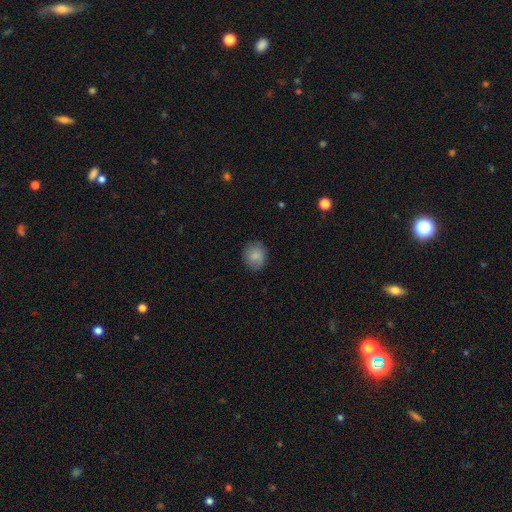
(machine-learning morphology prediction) Smooth or featured?
  - smooth: 83% *
  - featured or disk: 9%
  - star or artifact: 8%
How rounded?
  - round: 78% *
  - in between: 21%
  - cigar-shaped: 1%
Merging?
  - none: 83% *
  - minor disturbance: 13%
  - major disturbance: 3%
  - merger: 1%